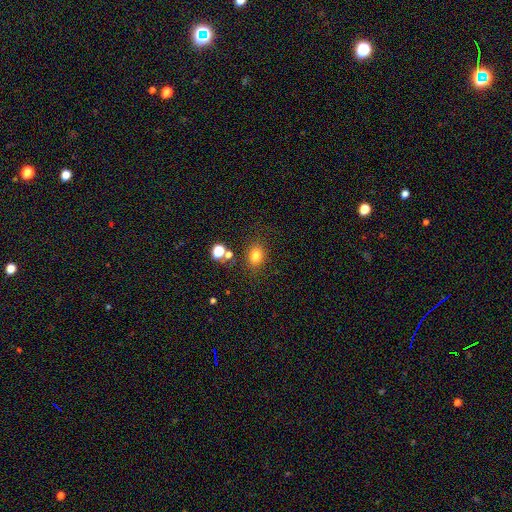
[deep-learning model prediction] Smooth or featured: smooth — 77% (star or artifact — 16%)
How rounded: round — 50% (in between — 49%)
Merging: none — 78% (minor disturbance — 12%)